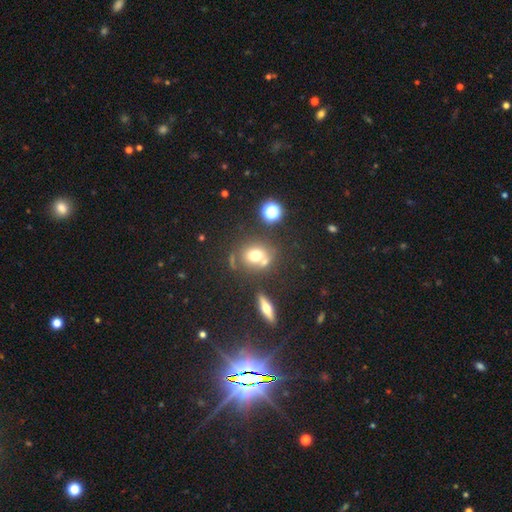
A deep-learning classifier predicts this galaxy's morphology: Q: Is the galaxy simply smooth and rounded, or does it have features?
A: smooth — 65%.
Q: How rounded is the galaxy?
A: round — 66%.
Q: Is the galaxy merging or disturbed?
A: none — 61%.